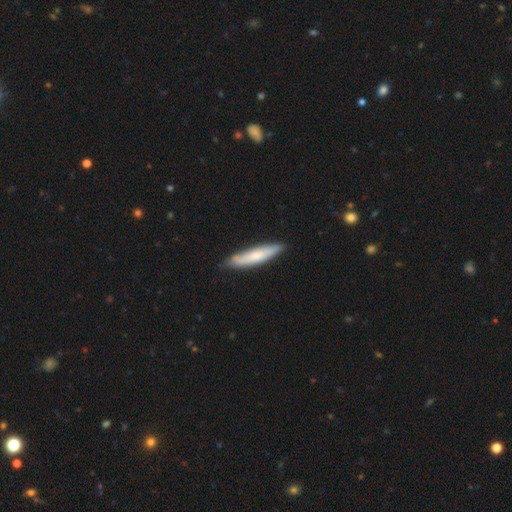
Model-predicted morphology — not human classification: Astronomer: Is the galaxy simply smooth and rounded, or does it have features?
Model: smooth — 68%.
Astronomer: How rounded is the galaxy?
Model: cigar-shaped — 84%.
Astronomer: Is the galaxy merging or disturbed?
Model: none — 80%.